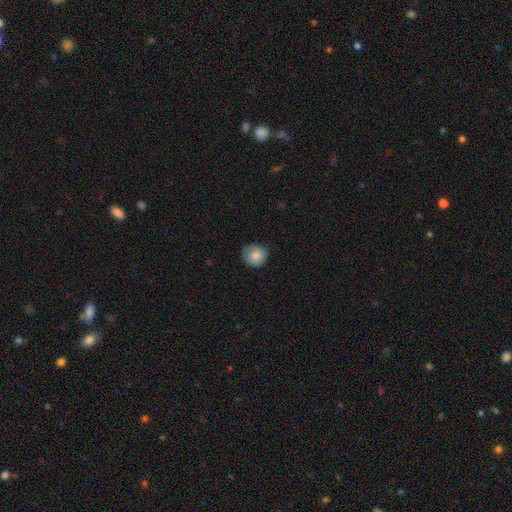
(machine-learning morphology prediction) smooth-or-featured: smooth: 84% | featured or disk: 9% | star or artifact: 8%
  how-rounded: round: 88% | in between: 12% | cigar-shaped: 1%
  merging: none: 72% | minor disturbance: 22% | major disturbance: 4% | merger: 1%